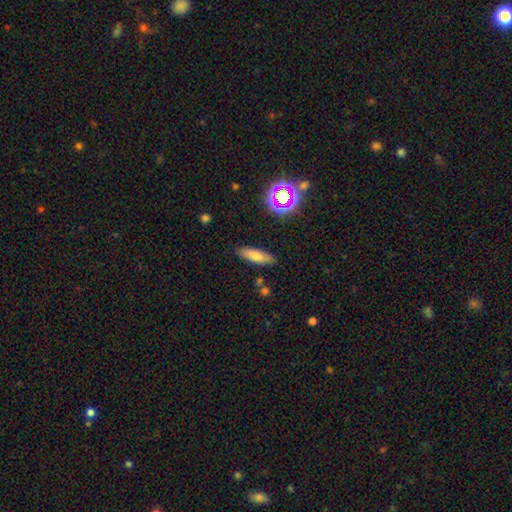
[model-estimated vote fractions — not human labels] Q: Smooth or featured?
A: smooth (73%); runner-up: featured or disk (16%)
Q: How rounded?
A: in between (49%); runner-up: cigar-shaped (48%)
Q: Merging?
A: none (86%); runner-up: minor disturbance (10%)